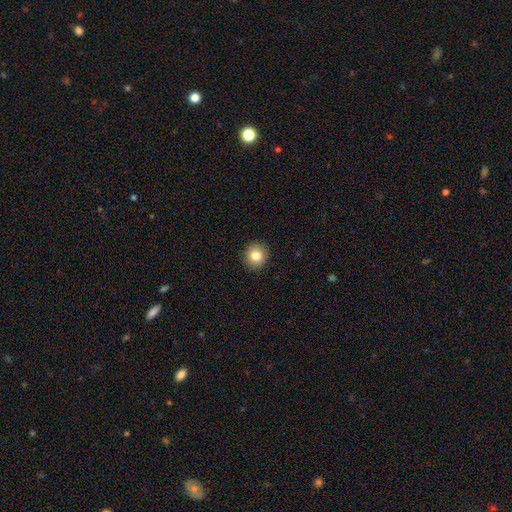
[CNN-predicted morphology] This is clearly a smooth galaxy (83%). How rounded: clearly round (89%). Merging: clearly none (92%).